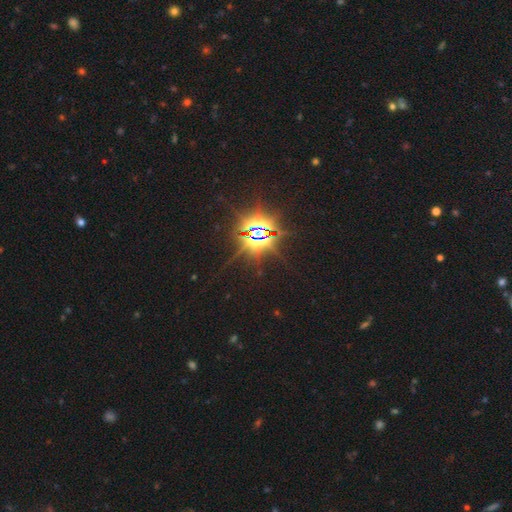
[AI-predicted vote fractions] This appears to be a star or artifact, not a galaxy (87%).